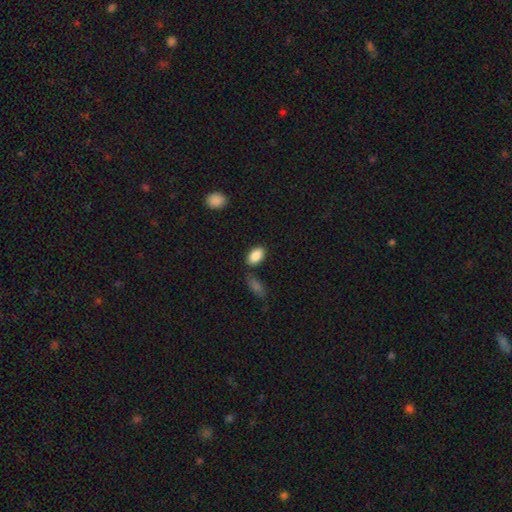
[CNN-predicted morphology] Smooth or featured? smooth (88%)
How rounded? in between (92%)
Merging? none (77%)